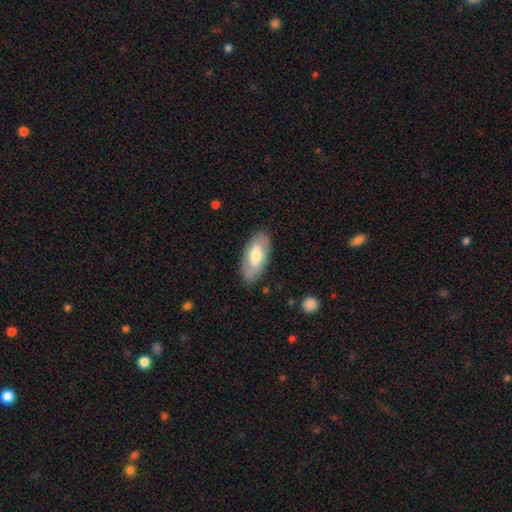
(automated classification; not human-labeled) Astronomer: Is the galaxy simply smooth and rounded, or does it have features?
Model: smooth — 60%.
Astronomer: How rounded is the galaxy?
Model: in between — 92%.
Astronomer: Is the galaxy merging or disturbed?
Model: none — 82%.